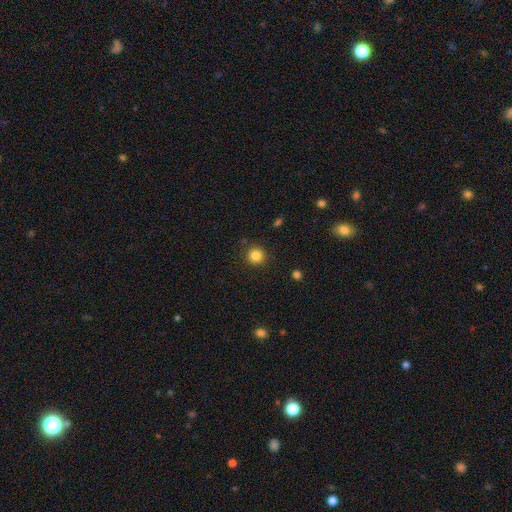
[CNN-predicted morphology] Smooth or featured?
  - smooth: 85% *
  - star or artifact: 11%
  - featured or disk: 4%
How rounded?
  - round: 94% *
  - in between: 5%
  - cigar-shaped: 1%
Merging?
  - none: 89% *
  - minor disturbance: 7%
  - major disturbance: 2%
  - merger: 2%